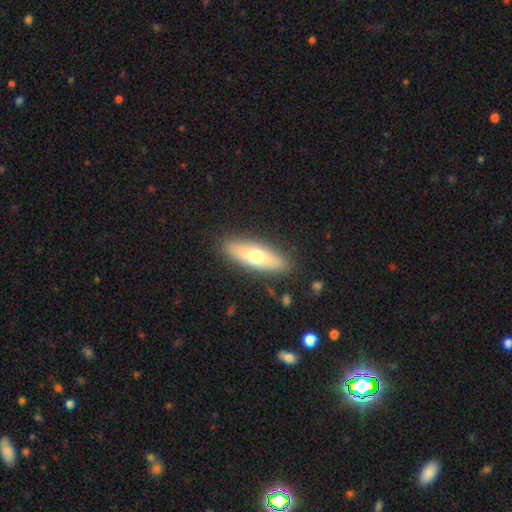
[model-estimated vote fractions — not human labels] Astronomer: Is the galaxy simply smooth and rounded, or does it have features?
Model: smooth — 61%.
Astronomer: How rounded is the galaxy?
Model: in between — 51% (runner-up: cigar-shaped, 47%).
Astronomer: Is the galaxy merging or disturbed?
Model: none — 88%.